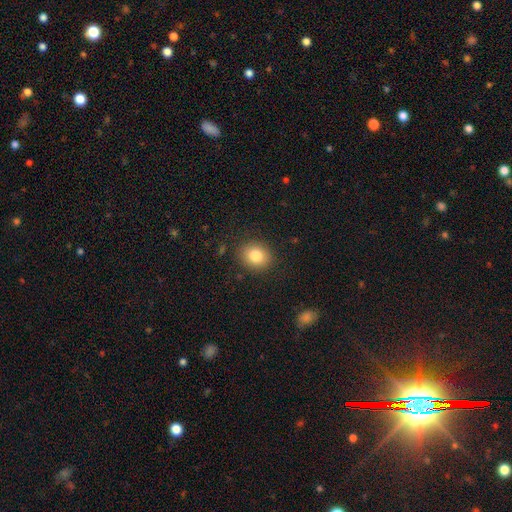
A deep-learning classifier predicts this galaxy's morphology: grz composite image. It shows a smooth galaxy with no disk features (83%) that is round (67%). Merging: none (87%).